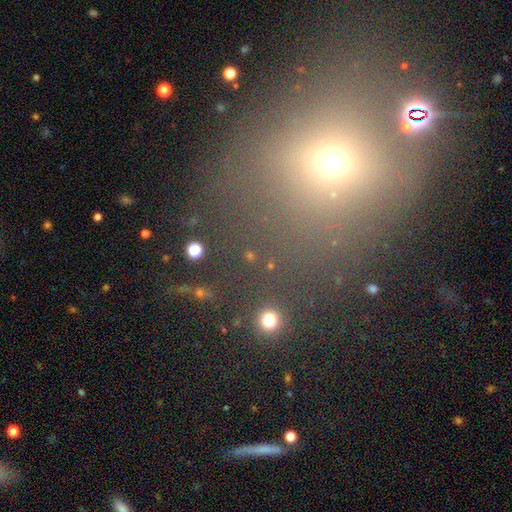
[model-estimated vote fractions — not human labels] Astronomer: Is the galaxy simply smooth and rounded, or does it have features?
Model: star or artifact — 44%, tied with smooth at 44%.